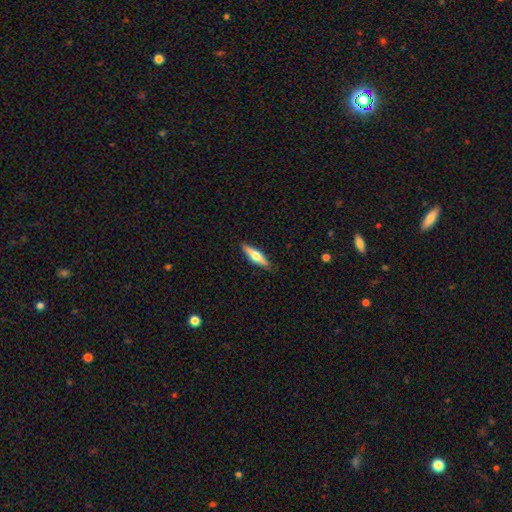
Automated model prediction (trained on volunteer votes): Smooth or featured: featured or disk — 52% (smooth — 43%)
Edge-on disk: yes — 94% (no — 6%)
Merging: none — 89% (minor disturbance — 8%)